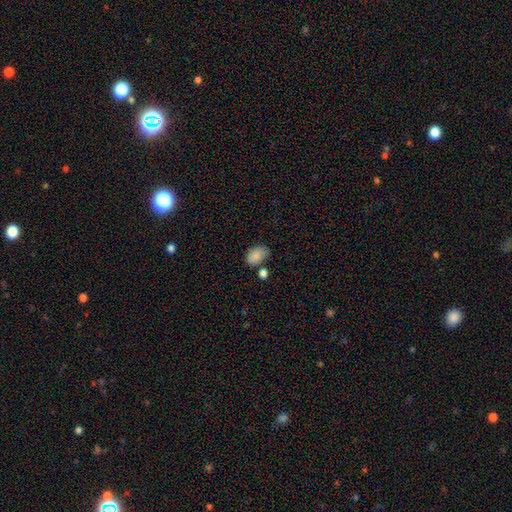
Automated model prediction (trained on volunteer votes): This is clearly a smooth galaxy (84%). How rounded: clearly in between (87%). Merging: possibly none (56%).